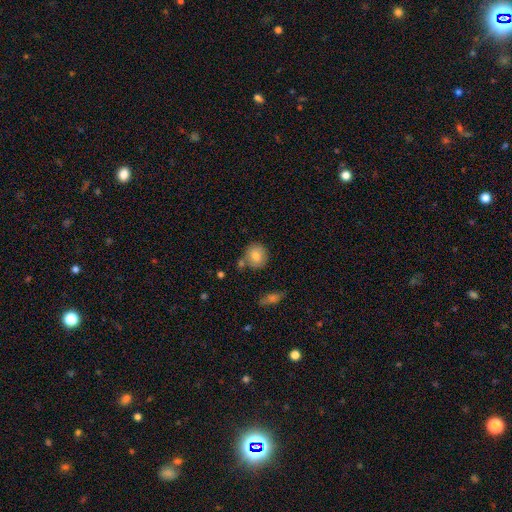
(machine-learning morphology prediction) This is clearly a smooth galaxy (80%). How rounded: clearly round (85%). Merging: likely none (72%).